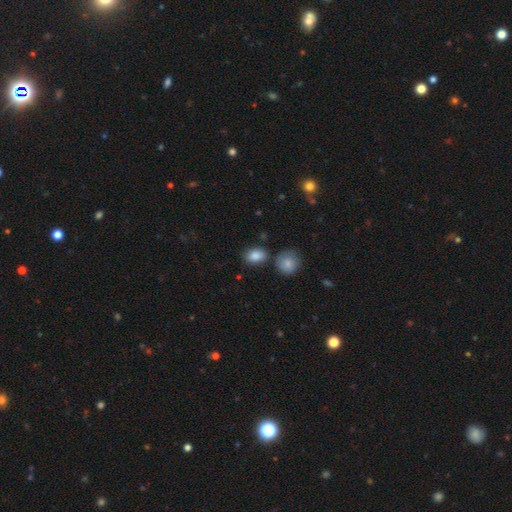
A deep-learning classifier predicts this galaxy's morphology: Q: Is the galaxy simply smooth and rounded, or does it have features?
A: smooth — 87%.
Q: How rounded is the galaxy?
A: in between — 78%.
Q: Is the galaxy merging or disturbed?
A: none — 76%.